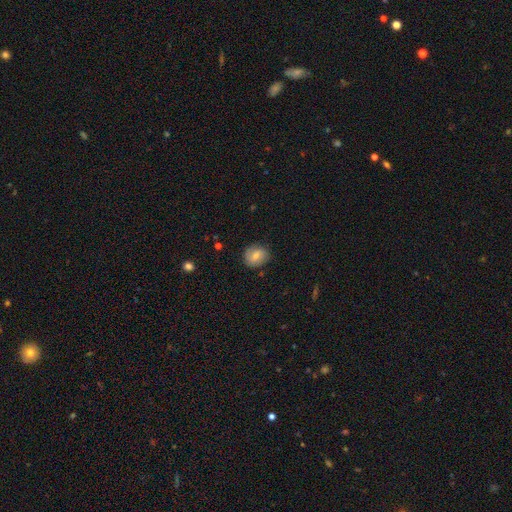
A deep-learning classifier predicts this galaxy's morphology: Smooth or featured: smooth — 63% (featured or disk — 28%)
How rounded: round — 66% (in between — 33%)
Merging: none — 80% (minor disturbance — 15%)